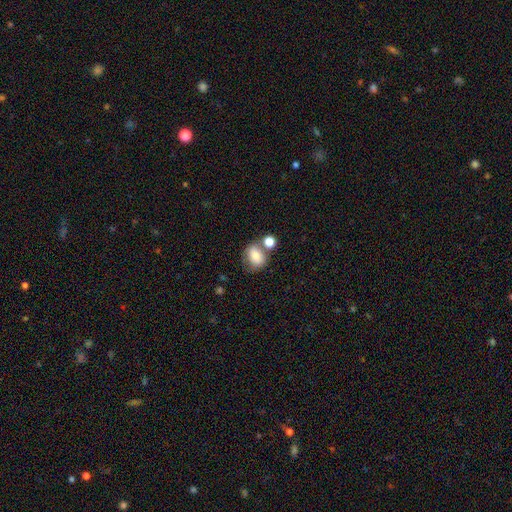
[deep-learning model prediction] This appears to be a smooth galaxy with no disk features (78%) that is in between round and cigar-shaped (56%). Merging: none (49%).